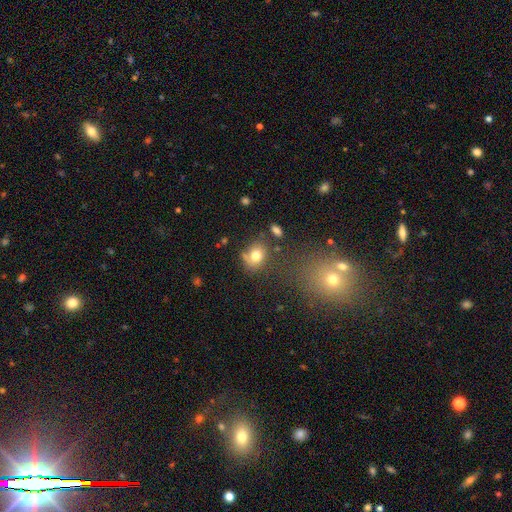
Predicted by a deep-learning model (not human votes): Morphology: type=smooth (77%); roundness=round (54%); merging=none (62%).